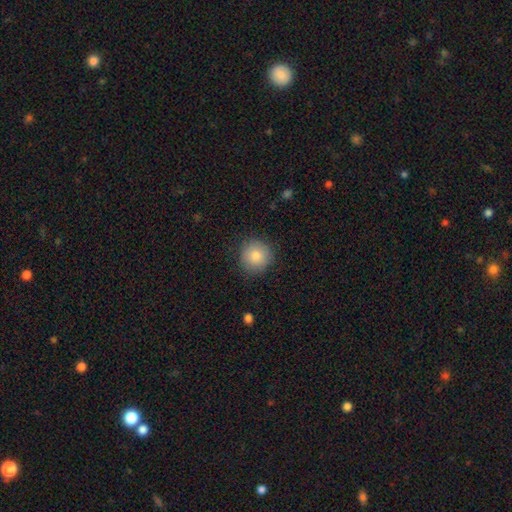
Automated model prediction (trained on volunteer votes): Smooth or featured: smooth — 83% (star or artifact — 9%)
How rounded: round — 93% (in between — 6%)
Merging: none — 87% (minor disturbance — 10%)